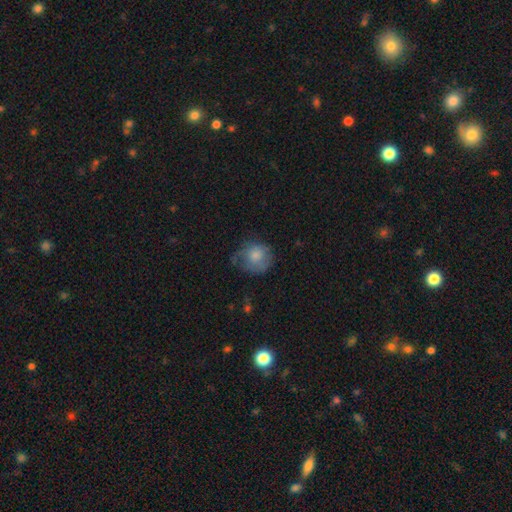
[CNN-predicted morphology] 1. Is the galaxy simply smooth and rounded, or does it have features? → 70% smooth, 22% featured or disk, 8% star or artifact.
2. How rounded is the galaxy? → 78% round, 21% in between, 1% cigar-shaped.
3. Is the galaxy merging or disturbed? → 52% none, 29% minor disturbance, 17% major disturbance, 2% merger.